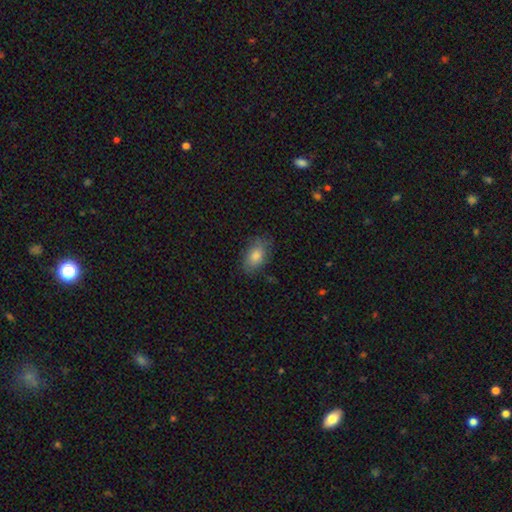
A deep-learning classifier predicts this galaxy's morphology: Q: Smooth or featured?
A: smooth (81%); runner-up: featured or disk (11%)
Q: How rounded?
A: in between (89%); runner-up: round (7%)
Q: Merging?
A: none (81%); runner-up: minor disturbance (15%)